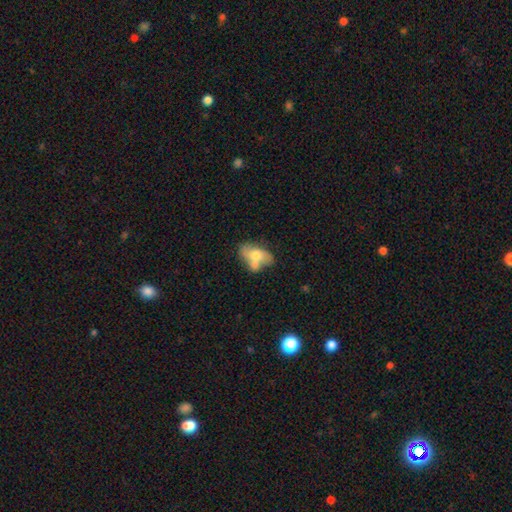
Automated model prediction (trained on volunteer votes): smooth-or-featured: smooth: 58% | featured or disk: 35% | star or artifact: 8%
  how-rounded: in between: 87% | round: 9% | cigar-shaped: 4%
  merging: merger: 40% | none: 33% | minor disturbance: 18% | major disturbance: 9%